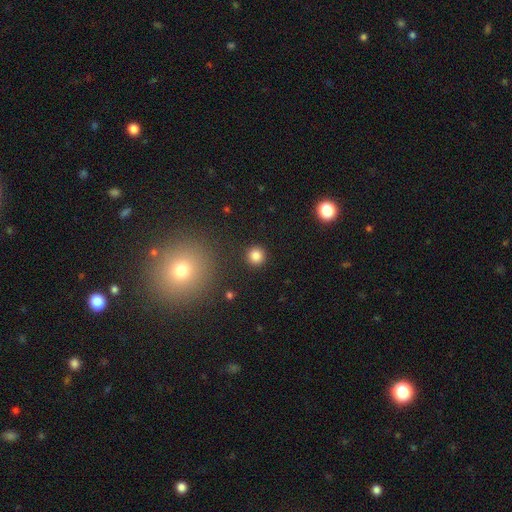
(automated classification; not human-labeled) Smooth or featured? smooth (84%)
How rounded? round (95%)
Merging? none (92%)